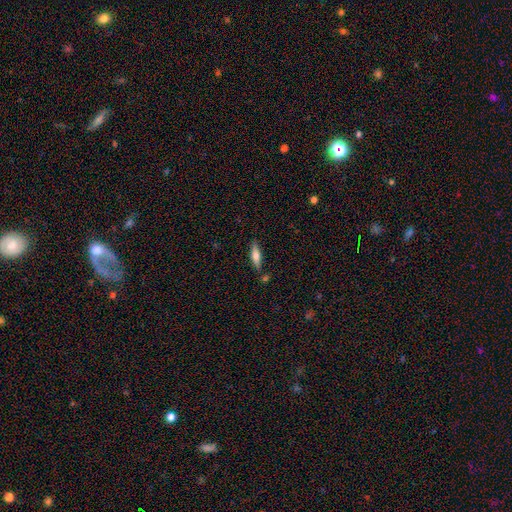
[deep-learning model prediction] A smooth galaxy with no disk features (61%) that is cigar-shaped (63%).

Vote fractions:
- Smooth or featured? smooth: 61% / featured or disk: 32% / star or artifact: 6%
- How rounded? cigar-shaped: 63% / in between: 35% / round: 2%
- Merging? none: 79% / minor disturbance: 13% / merger: 5% / major disturbance: 3%